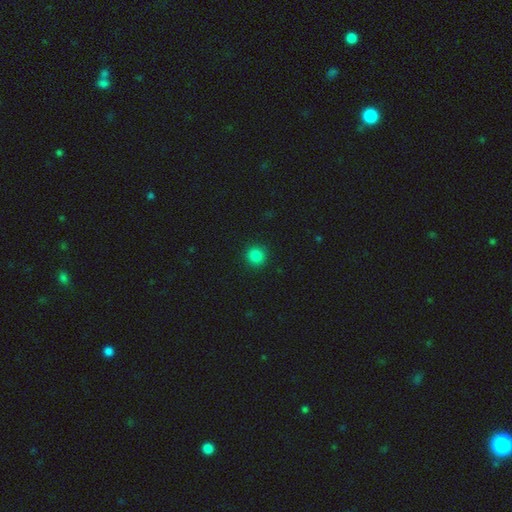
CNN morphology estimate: Smooth or featured? smooth (85%)
How rounded? round (93%)
Merging? none (92%)